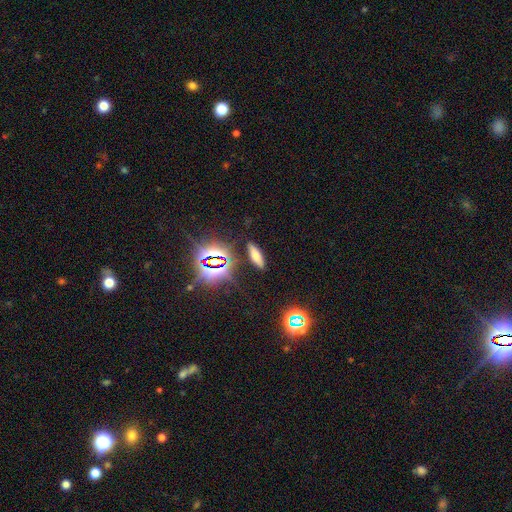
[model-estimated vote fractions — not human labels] The model was most divided on "how rounded" (2-way tie): cigar-shaped: 47%, in between: 47%, round: 6%. More confident: merging — none (86%); smooth or featured — smooth (52%).